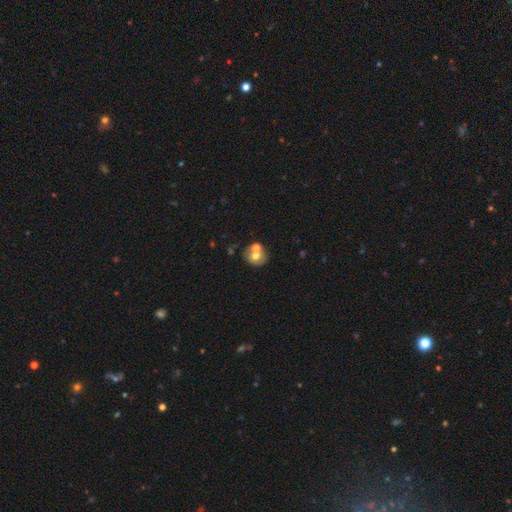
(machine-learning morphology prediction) Q: Smooth or featured?
A: smooth (63%); runner-up: featured or disk (26%)
Q: How rounded?
A: round (67%); runner-up: in between (32%)
Q: Merging?
A: none (47%); runner-up: merger (39%)